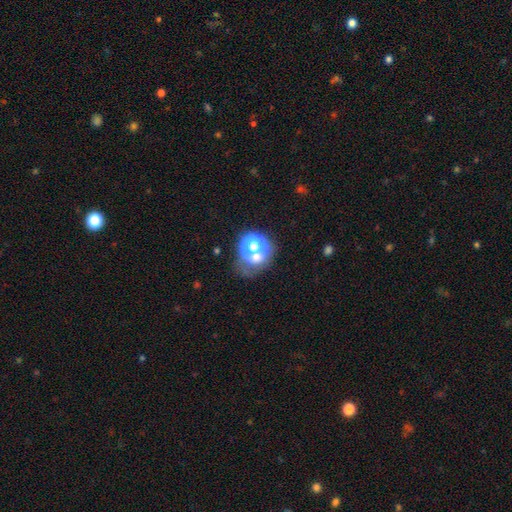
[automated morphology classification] Smooth or featured?
  - smooth: 54% *
  - featured or disk: 27%
  - star or artifact: 19%
How rounded?
  - round: 60% *
  - in between: 38%
  - cigar-shaped: 1%
Merging?
  - none: 34% *
  - major disturbance: 28%
  - minor disturbance: 23%
  - merger: 15%